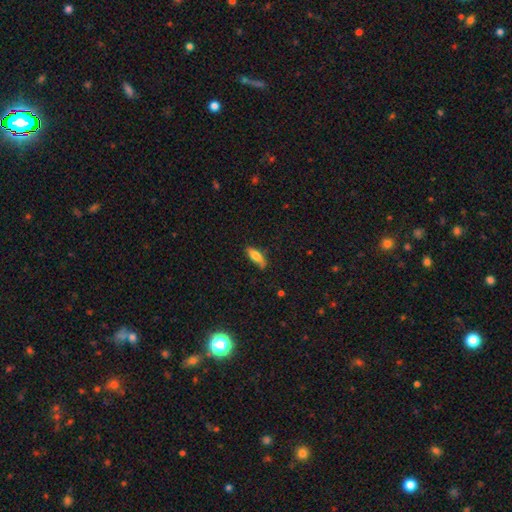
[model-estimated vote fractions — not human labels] Morphology: type=smooth (76%); roundness=in between (61%); merging=none (66%).